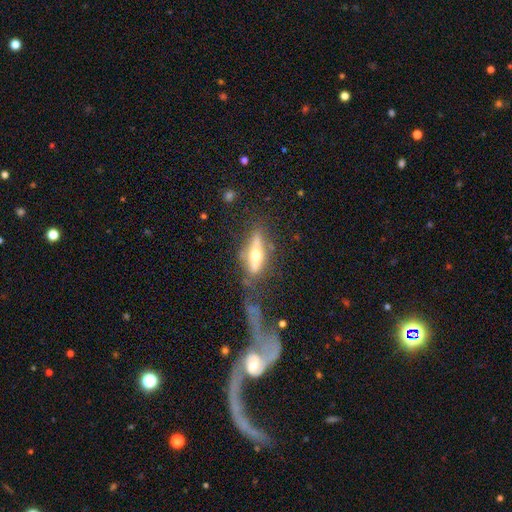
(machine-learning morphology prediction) Q: Smooth or featured?
A: featured or disk (59%); runner-up: smooth (34%)
Q: Edge-on disk?
A: yes (75%); runner-up: no (25%)
Q: Merging?
A: none (46%); runner-up: major disturbance (20%)